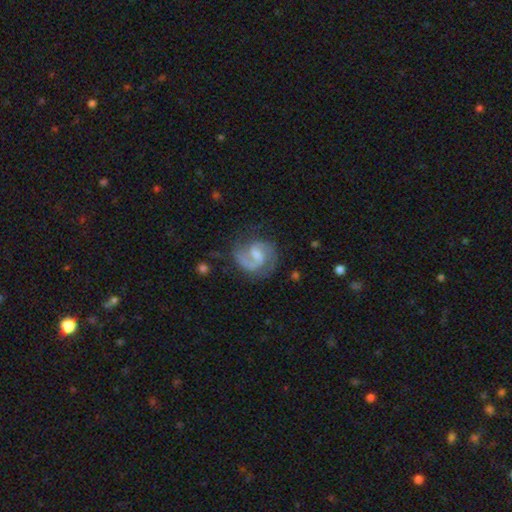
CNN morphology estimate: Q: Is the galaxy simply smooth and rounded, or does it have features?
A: featured or disk — 85%.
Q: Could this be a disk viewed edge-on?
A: no — 98%.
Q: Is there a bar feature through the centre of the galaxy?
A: weak — 60%.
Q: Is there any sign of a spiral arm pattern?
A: yes — 97%.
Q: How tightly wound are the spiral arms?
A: medium — 56%.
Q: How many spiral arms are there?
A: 2 — 82%.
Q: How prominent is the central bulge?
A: small — 39%.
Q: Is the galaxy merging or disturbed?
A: none — 70%.